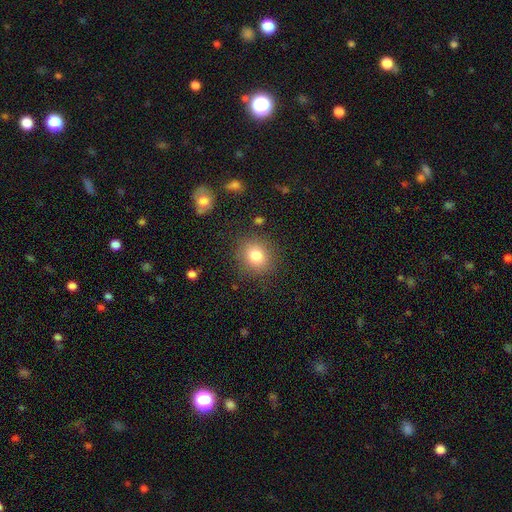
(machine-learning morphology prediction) This is clearly a smooth galaxy (81%). How rounded: likely round (75%). Merging: clearly none (85%).